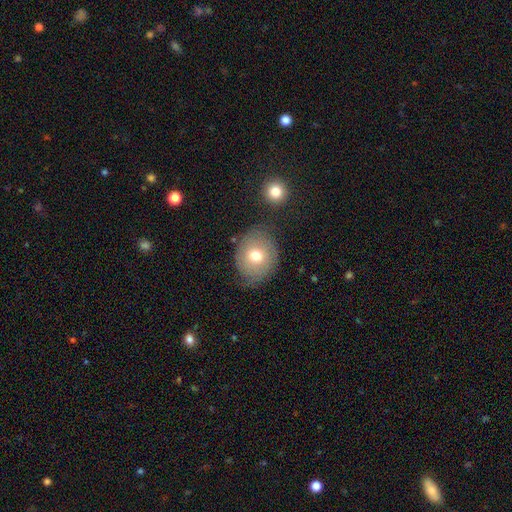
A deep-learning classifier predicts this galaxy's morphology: Smooth or featured? smooth (64%)
How rounded? round (66%)
Merging? none (66%)